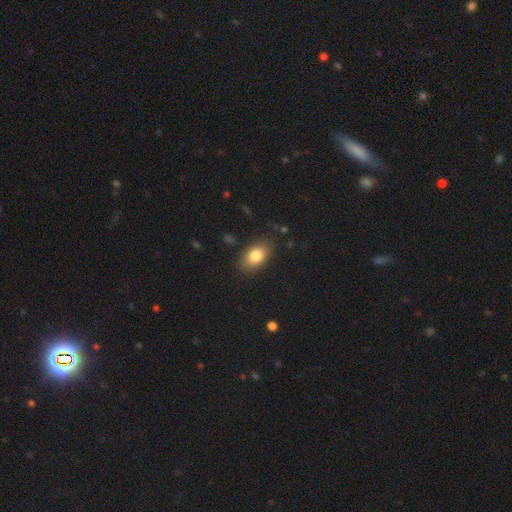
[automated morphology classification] Smooth or featured? Predicted: smooth (p=0.82). How rounded? Predicted: in between (p=0.87). Merging? Predicted: none (p=0.82).